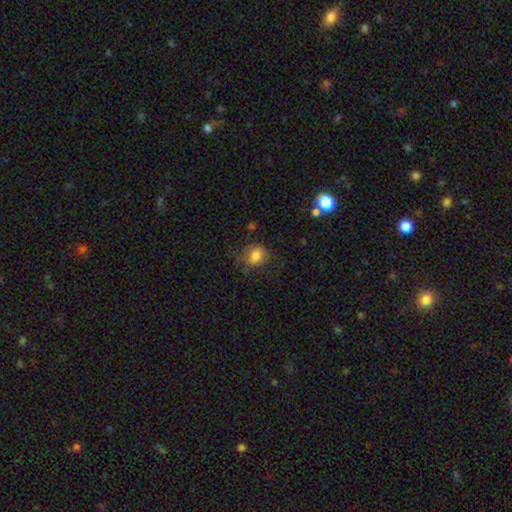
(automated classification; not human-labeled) Smooth or featured? Predicted: smooth (p=0.80). How rounded? Predicted: round (p=0.63). Merging? Predicted: none (p=0.64).